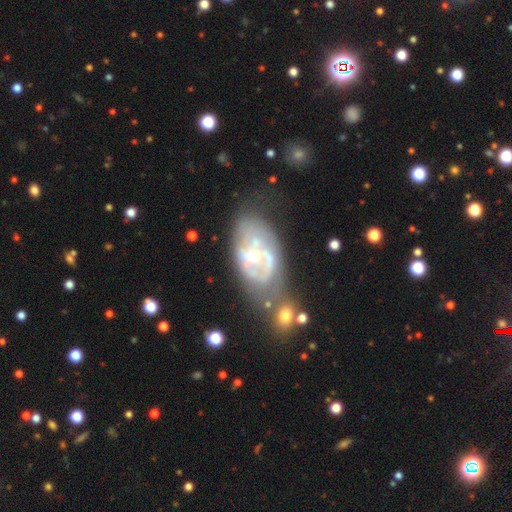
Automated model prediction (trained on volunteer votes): Smooth or featured? featured or disk (74%)
Edge-on disk? no (96%)
Bar? no (65%)
Spiral arms? yes (54%)
Bulge size? small (50%)
Merging? none (37%)